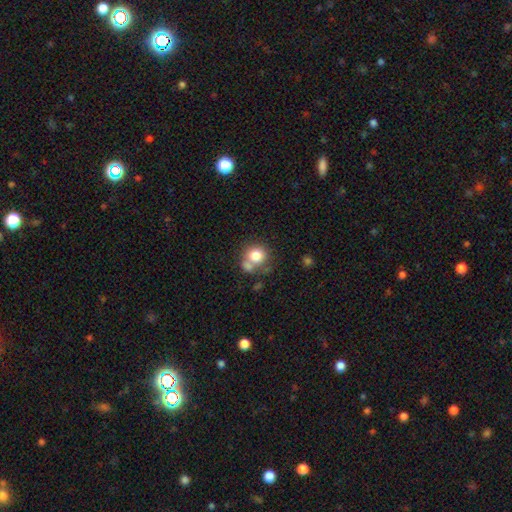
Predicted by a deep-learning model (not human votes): Overall: smooth (77%). How rounded: round (83%). Merging: none (48%; merger 33%).